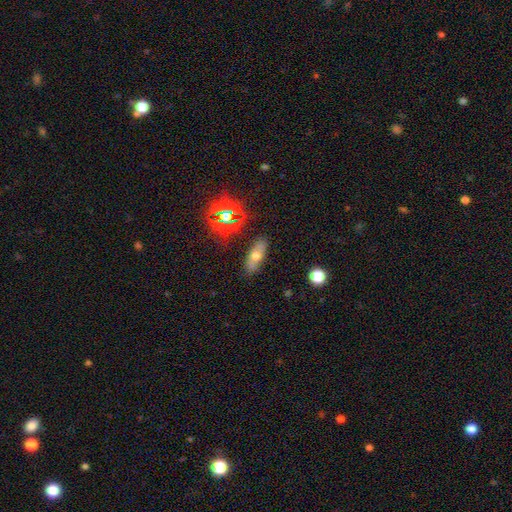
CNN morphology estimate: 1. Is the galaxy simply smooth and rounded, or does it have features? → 52% smooth, 30% featured or disk, 18% star or artifact.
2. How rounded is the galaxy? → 63% in between, 30% cigar-shaped, 7% round.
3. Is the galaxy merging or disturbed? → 85% none, 11% minor disturbance, 3% major disturbance, 2% merger.